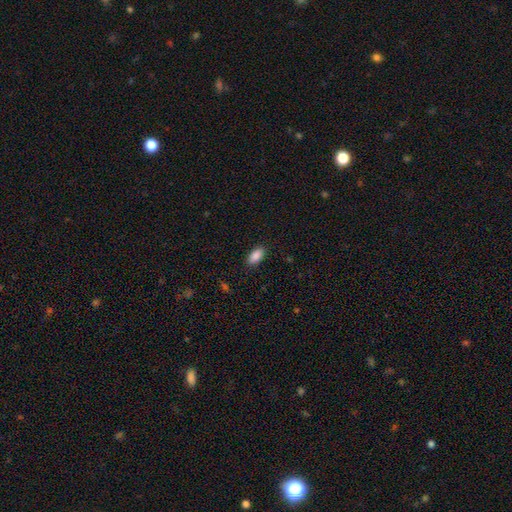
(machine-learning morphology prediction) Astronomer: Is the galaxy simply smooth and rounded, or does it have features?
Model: smooth — 89%.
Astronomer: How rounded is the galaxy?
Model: in between — 91%.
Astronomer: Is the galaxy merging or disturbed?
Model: none — 88%.